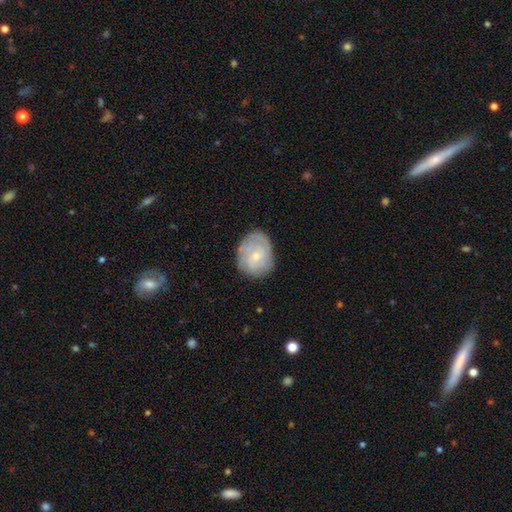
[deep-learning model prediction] A featured or disk galaxy (63%) with no bar (67%), tight (58%) spiral arms (86%) and a small central bulge (64%).

Vote fractions:
- Smooth or featured? featured or disk: 63% / smooth: 30% / star or artifact: 7%
- Edge-on disk? no: 97% / yes: 3%
- Bar? no: 67% / weak: 29% / strong: 4%
- Spiral arms? yes: 86% / no: 14%
- Spiral winding? tight: 58% / medium: 32% / loose: 10%
- Spiral arm count? can't tell: 39% / 2: 24% / 3: 20% / 4: 7% / 1: 5% / more than 4: 4%
- Bulge size? small: 64% / moderate: 30% / none: 3% / large: 1% / dominant: 1%
- Merging? none: 76% / minor disturbance: 18% / major disturbance: 5% / merger: 1%